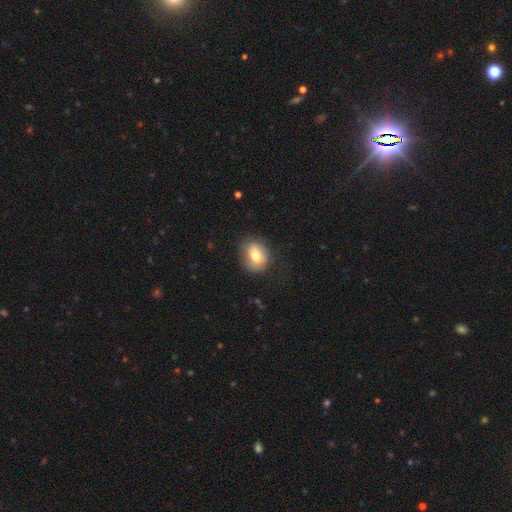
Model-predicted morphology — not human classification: smooth 75%, featured or disk 16%, star or artifact 9%. Down the decision tree: how rounded — round (55%); merging — none (79%).